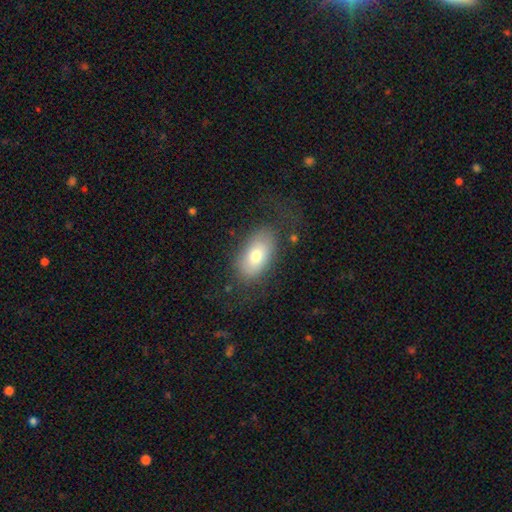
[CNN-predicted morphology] Smooth or featured?
  - smooth: 71% *
  - featured or disk: 20%
  - star or artifact: 8%
How rounded?
  - in between: 91% *
  - round: 7%
  - cigar-shaped: 2%
Merging?
  - none: 69% *
  - minor disturbance: 17%
  - major disturbance: 12%
  - merger: 2%